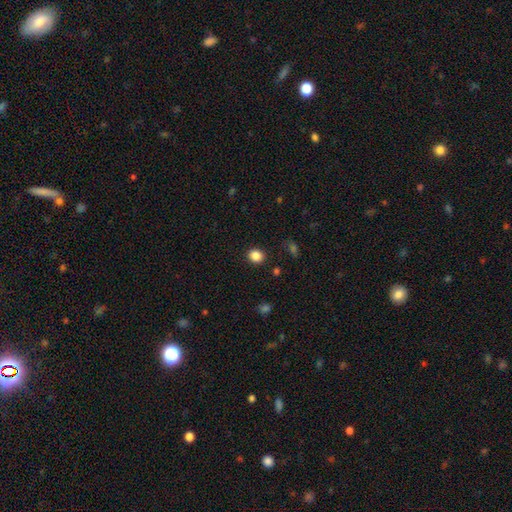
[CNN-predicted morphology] Smooth or featured?
  - smooth: 86% *
  - star or artifact: 11%
  - featured or disk: 4%
How rounded?
  - round: 75% *
  - in between: 24%
  - cigar-shaped: 1%
Merging?
  - none: 90% *
  - minor disturbance: 7%
  - major disturbance: 2%
  - merger: 1%